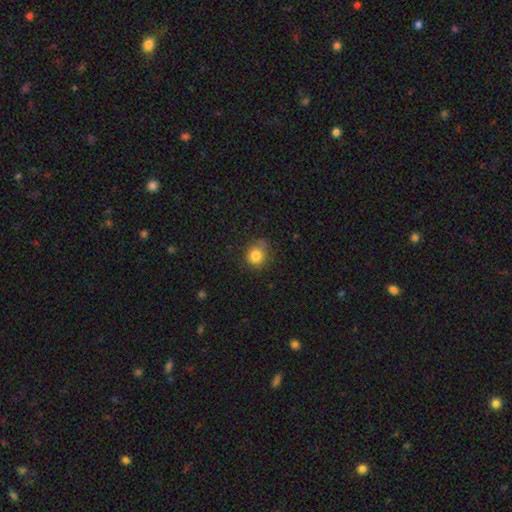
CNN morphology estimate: type=smooth (83%); roundness=round (81%); merging=none (68%).